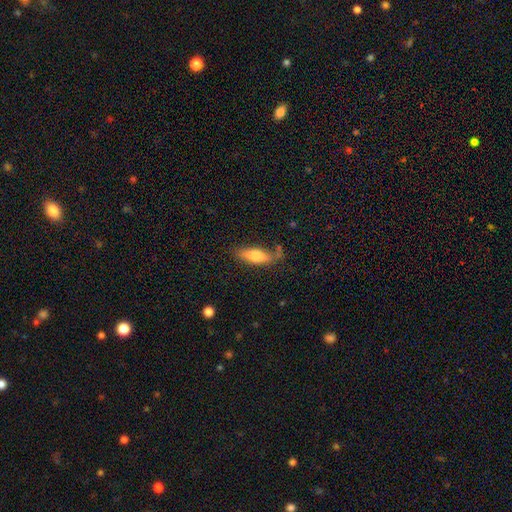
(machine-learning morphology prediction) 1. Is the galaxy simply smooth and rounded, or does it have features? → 70% smooth, 23% featured or disk, 6% star or artifact.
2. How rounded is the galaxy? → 57% in between, 41% cigar-shaped, 3% round.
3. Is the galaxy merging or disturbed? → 63% none, 22% minor disturbance, 8% major disturbance, 7% merger.